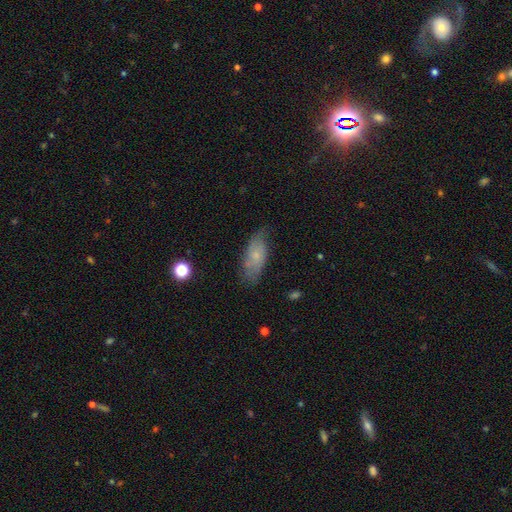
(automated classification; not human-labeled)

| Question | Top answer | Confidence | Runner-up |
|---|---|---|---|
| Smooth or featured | smooth | 56% | featured or disk (36%) |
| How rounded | in between | 81% | cigar-shaped (16%) |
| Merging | none | 67% | minor disturbance (25%) |